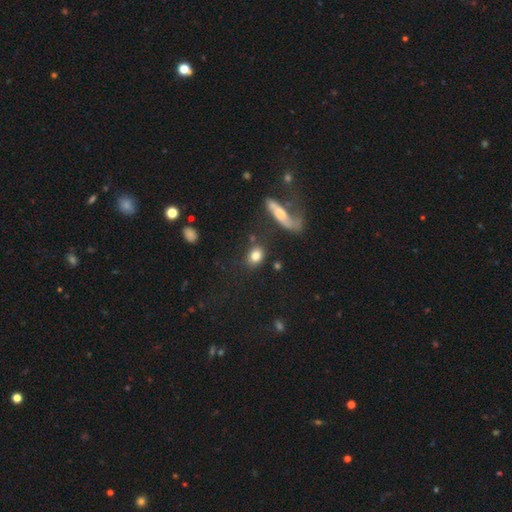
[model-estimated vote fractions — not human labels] Q: Smooth or featured?
A: smooth (80%); runner-up: featured or disk (10%)
Q: How rounded?
A: in between (59%); runner-up: round (38%)
Q: Merging?
A: none (71%); runner-up: minor disturbance (14%)